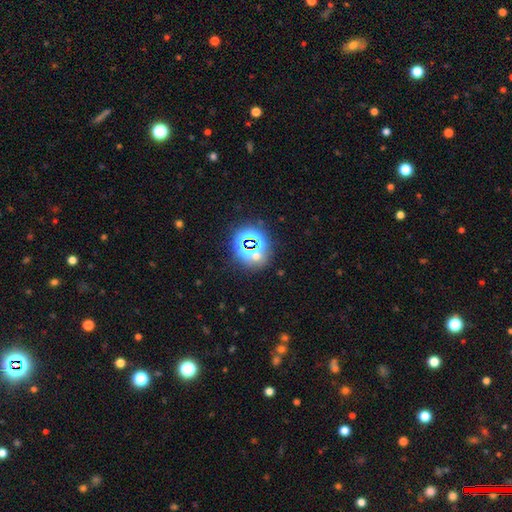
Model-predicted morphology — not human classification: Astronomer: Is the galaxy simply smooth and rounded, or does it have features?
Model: star or artifact — 63%.